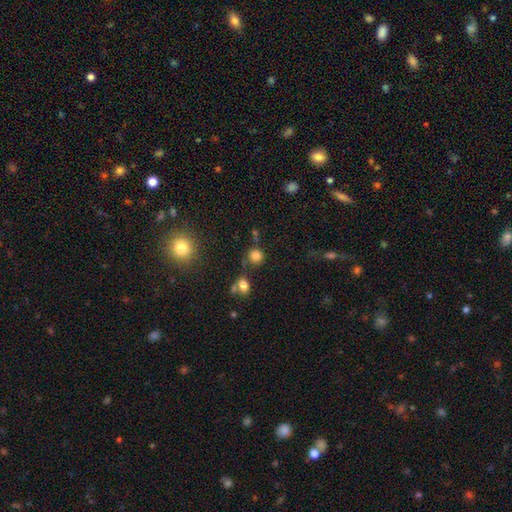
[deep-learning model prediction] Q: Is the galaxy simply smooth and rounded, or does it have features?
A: smooth — 81%.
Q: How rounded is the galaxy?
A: round — 88%.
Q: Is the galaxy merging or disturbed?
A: none — 73%.